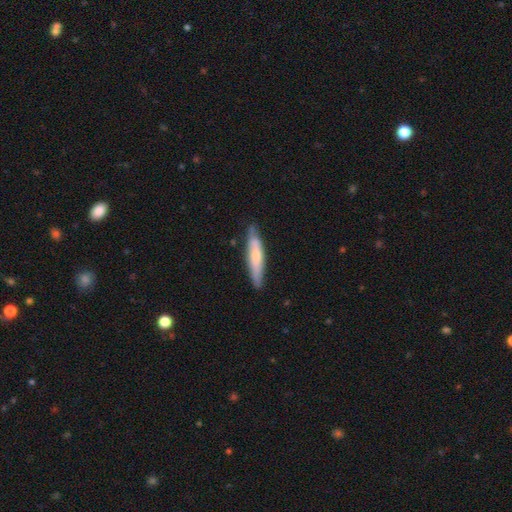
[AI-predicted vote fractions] This is possibly a smooth galaxy (58%). How rounded: clearly cigar-shaped (85%). Merging: likely none (78%).